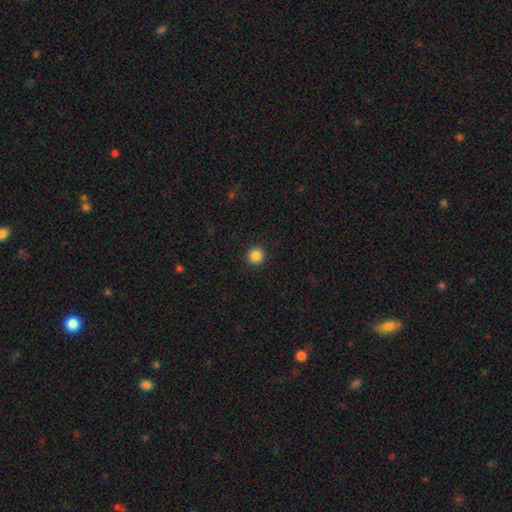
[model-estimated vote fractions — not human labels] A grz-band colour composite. It shows a smooth galaxy with no disk features (86%) that is round (94%). Merging: none (93%).